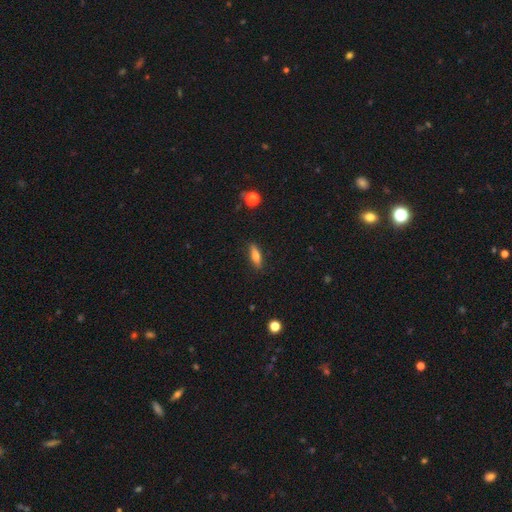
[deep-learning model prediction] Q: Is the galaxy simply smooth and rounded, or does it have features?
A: smooth — 68%.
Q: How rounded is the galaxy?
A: cigar-shaped — 56%.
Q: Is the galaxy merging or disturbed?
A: none — 83%.